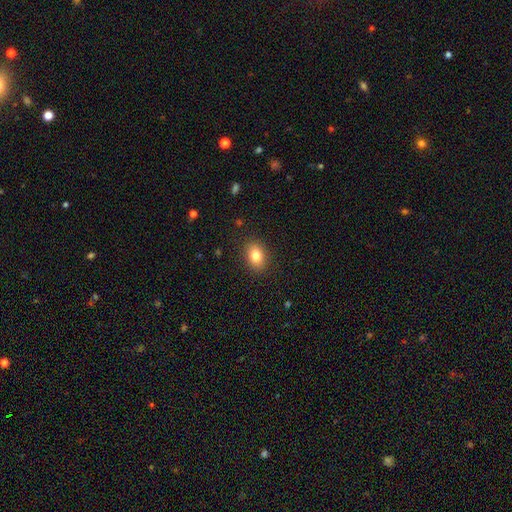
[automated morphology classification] Q: Smooth or featured?
A: smooth (81%); runner-up: star or artifact (10%)
Q: How rounded?
A: in between (72%); runner-up: round (27%)
Q: Merging?
A: none (88%); runner-up: minor disturbance (9%)